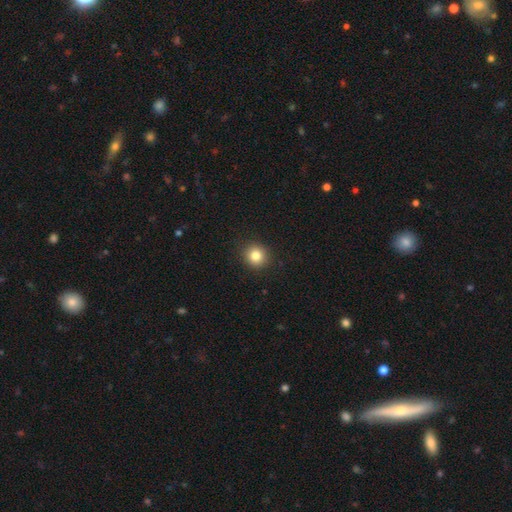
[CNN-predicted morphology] smooth_or_featured: smooth (p=0.82) [alt: star or artifact p=0.11]
how_rounded: round (p=0.90) [alt: in between p=0.09]
merging: none (p=0.92) [alt: minor disturbance p=0.05]